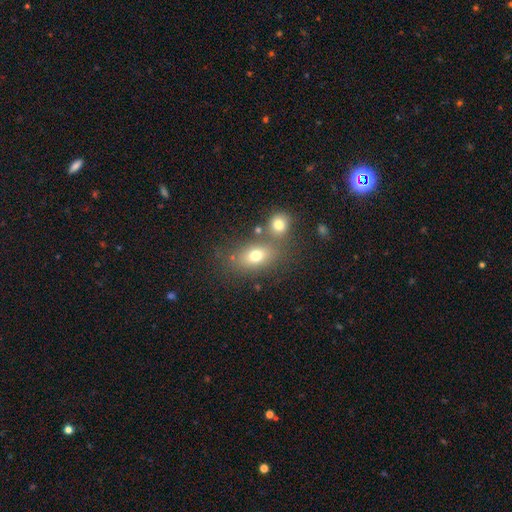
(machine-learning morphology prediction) type=smooth (72%); roundness=in between (72%); merging=none (58%).